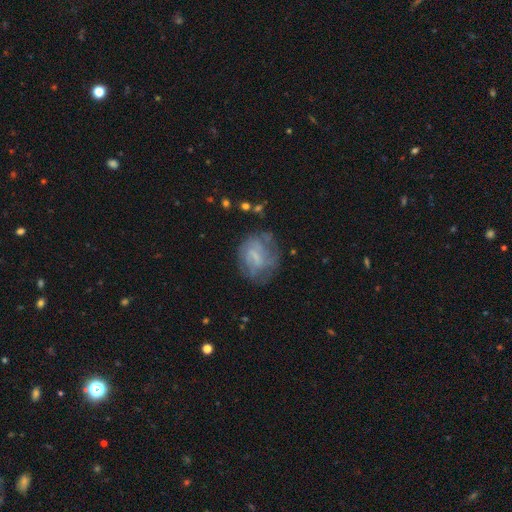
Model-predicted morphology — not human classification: Smooth or featured: featured or disk — 57% (smooth — 33%)
Edge-on disk: no — 97% (yes — 3%)
Bar: weak — 49% (no — 36%)
Spiral arms: yes — 56% (no — 44%)
Bulge size: small — 39% (none — 38%)
Merging: none — 57% (minor disturbance — 23%)